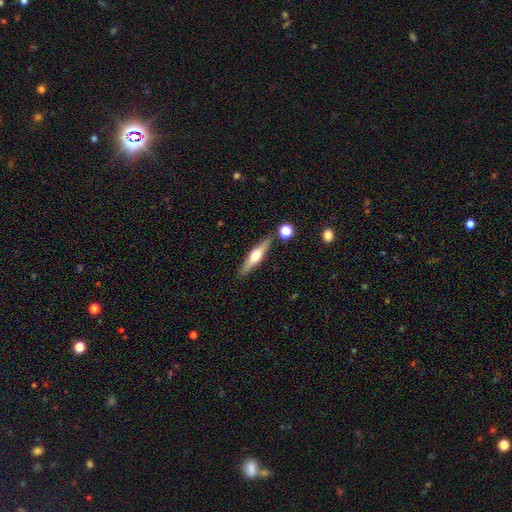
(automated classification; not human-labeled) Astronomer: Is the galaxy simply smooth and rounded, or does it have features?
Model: featured or disk — 60%.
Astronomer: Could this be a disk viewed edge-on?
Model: yes — 95%.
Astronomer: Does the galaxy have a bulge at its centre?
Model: rounded — 94%.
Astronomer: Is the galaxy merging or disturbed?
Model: none — 84%.